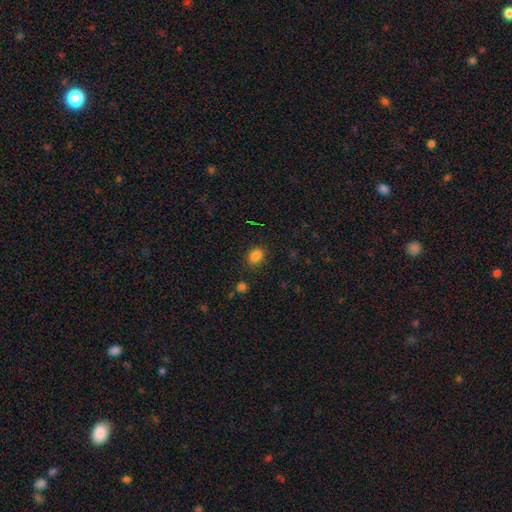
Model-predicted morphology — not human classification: type=smooth (82%); roundness=in between (68%); merging=none (78%).